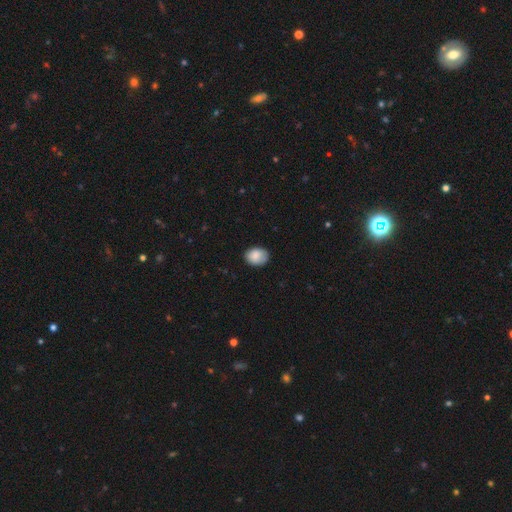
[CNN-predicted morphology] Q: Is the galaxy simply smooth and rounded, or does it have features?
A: smooth — 86%.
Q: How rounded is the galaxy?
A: in between — 65%.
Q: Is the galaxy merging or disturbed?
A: none — 78%.